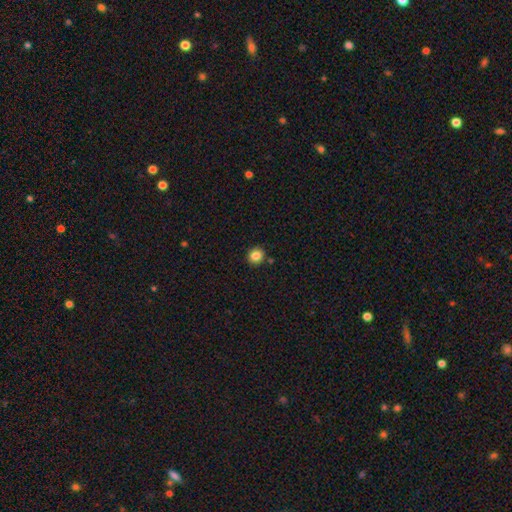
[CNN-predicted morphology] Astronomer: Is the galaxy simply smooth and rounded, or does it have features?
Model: smooth — 84%.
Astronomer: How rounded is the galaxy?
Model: round — 85%.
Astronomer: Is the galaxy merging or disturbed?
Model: none — 88%.